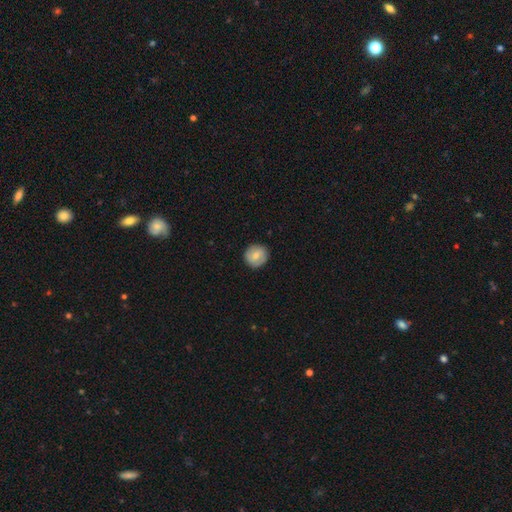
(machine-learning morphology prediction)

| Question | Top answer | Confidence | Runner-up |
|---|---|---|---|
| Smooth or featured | smooth | 72% | featured or disk (21%) |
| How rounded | round | 92% | in between (7%) |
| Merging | none | 89% | minor disturbance (8%) |